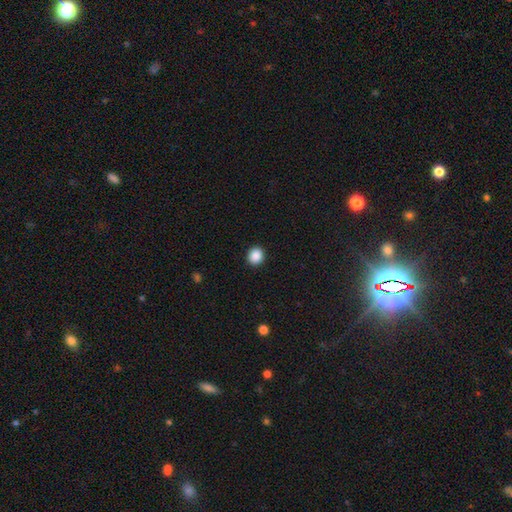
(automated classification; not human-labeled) Smooth or featured: smooth — 88% (star or artifact — 9%)
How rounded: round — 81% (in between — 18%)
Merging: none — 92% (minor disturbance — 5%)